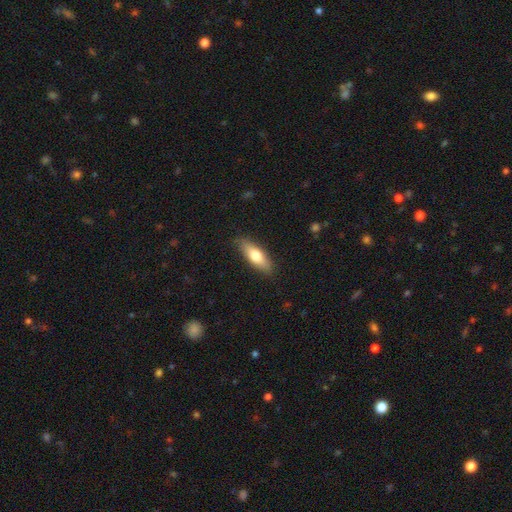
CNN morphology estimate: Smooth or featured?
  - smooth: 70% *
  - featured or disk: 24%
  - star or artifact: 6%
How rounded?
  - in between: 56% *
  - cigar-shaped: 41%
  - round: 2%
Merging?
  - none: 86% *
  - minor disturbance: 11%
  - major disturbance: 2%
  - merger: 1%